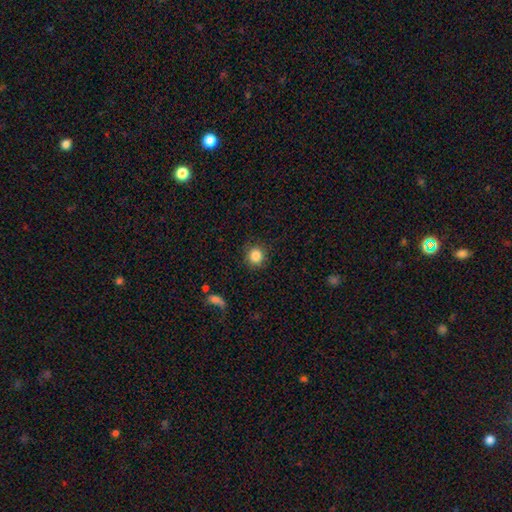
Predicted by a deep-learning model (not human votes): This appears to be a smooth galaxy with no disk features (85%) that is round (90%). Merging: none (88%).